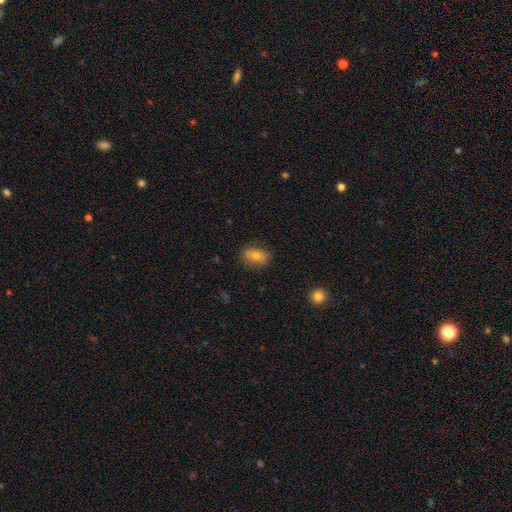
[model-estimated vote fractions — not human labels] Smooth or featured: smooth — 77% (featured or disk — 15%)
How rounded: in between — 85% (round — 12%)
Merging: none — 82% (minor disturbance — 14%)